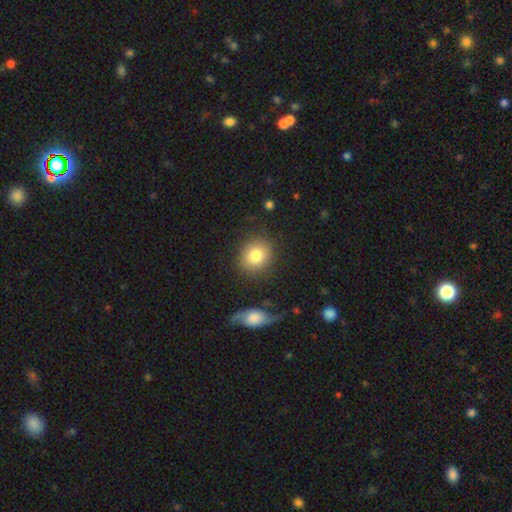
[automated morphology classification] Overall: smooth (82%). How rounded: round (77%). Merging: none (85%).